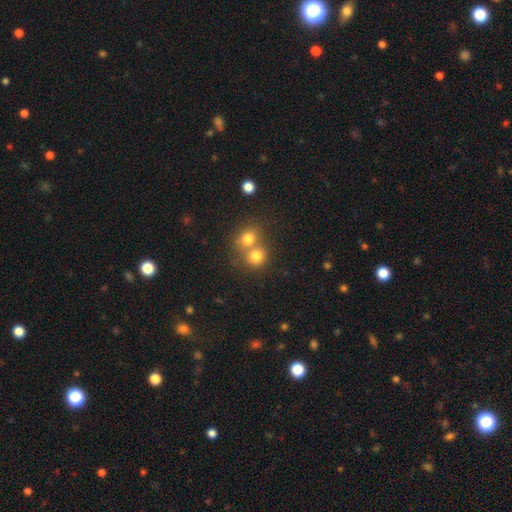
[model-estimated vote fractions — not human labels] Smooth or featured: smooth — 76% (star or artifact — 14%)
How rounded: round — 81% (in between — 18%)
Merging: merger — 52% (none — 39%)